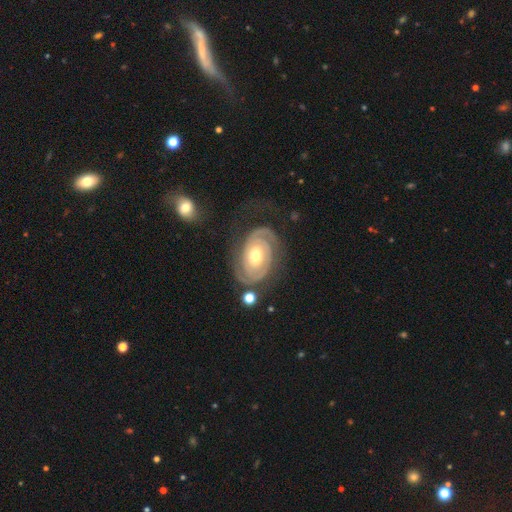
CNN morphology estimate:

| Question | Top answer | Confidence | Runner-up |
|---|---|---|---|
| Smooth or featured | featured or disk | 90% | smooth (6%) |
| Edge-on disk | no | 97% | yes (3%) |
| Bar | no | 68% | weak (24%) |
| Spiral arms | yes | 97% | no (3%) |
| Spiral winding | tight | 77% | medium (19%) |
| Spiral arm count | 2 | 78% | can't tell (9%) |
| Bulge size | moderate | 73% | small (17%) |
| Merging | none | 71% | minor disturbance (15%) |